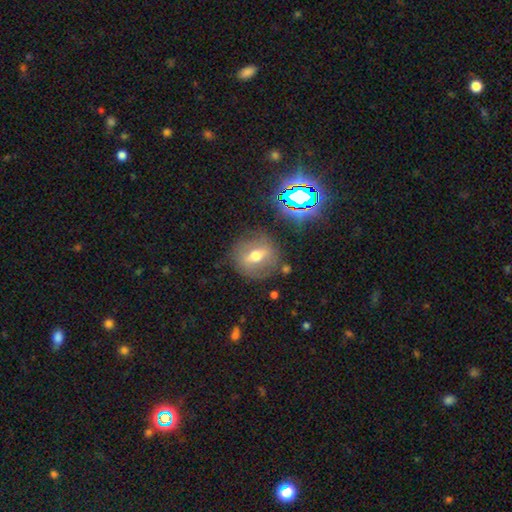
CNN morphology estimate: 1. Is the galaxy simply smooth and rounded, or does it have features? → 47% featured or disk, 36% smooth, 16% star or artifact.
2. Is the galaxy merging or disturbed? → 77% none, 14% minor disturbance, 6% major disturbance, 3% merger.